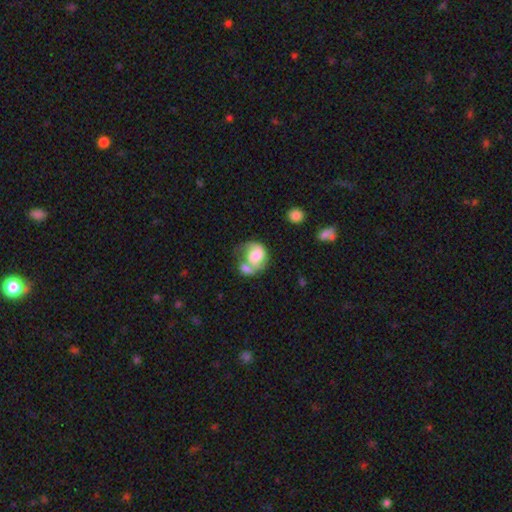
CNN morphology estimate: smooth 48%, featured or disk 44%, star or artifact 8%. Down the decision tree: merging — merger (47%).